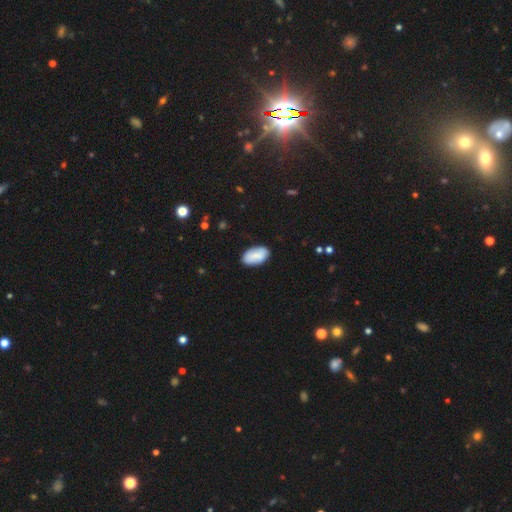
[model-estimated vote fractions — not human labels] Smooth or featured: smooth — 79% (featured or disk — 14%)
How rounded: in between — 95% (round — 3%)
Merging: none — 83% (minor disturbance — 13%)